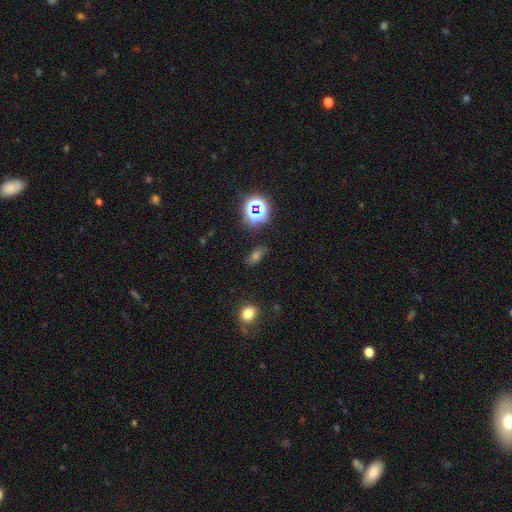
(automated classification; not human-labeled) The model was most divided on "smooth or featured": smooth: 51%, star or artifact: 34%, featured or disk: 15%. More confident: merging — none (79%); how rounded — in between (76%).